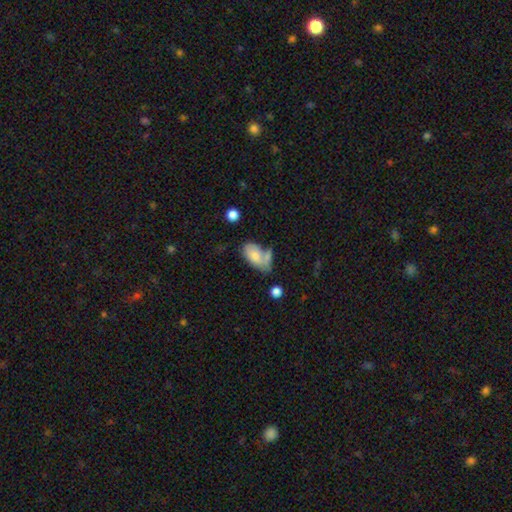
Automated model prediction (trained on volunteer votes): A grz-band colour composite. It shows a smooth galaxy with no disk features (74%) that is in between round and cigar-shaped (92%). Merging: none (38%).